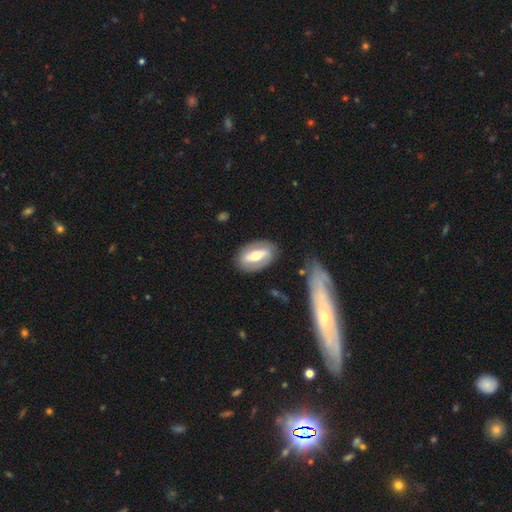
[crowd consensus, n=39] Overall: featured or disk (56%; smooth 33%). Edge-on disk: no (73%). Bar: strong (75%). Spiral arms: no (56%; yes 44%). Bulge size: moderate (75%). Merging: none (86%).